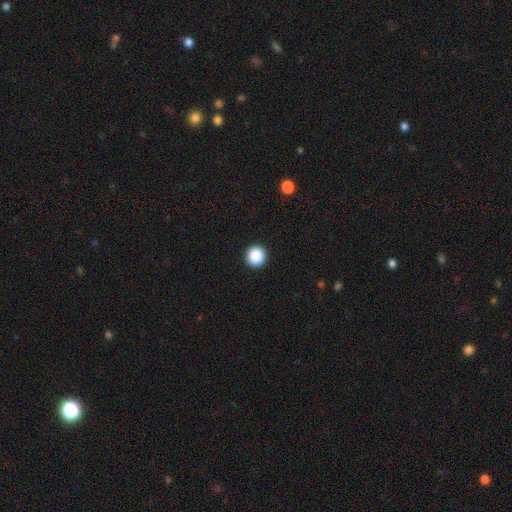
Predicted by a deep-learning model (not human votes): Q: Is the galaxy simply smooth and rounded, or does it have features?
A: smooth — 88%.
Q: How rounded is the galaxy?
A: round — 96%.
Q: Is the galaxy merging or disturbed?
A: none — 93%.